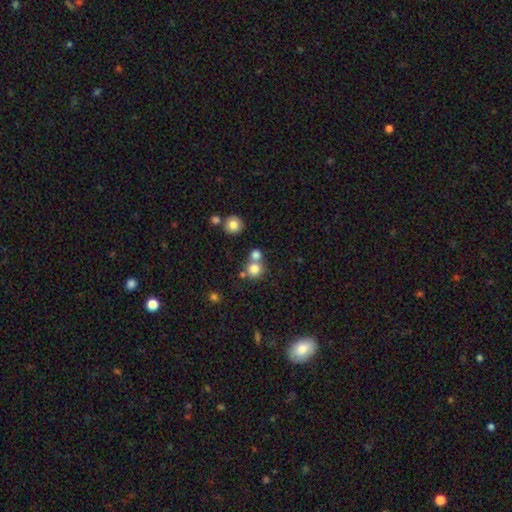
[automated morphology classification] smooth-or-featured: smooth: 79% | star or artifact: 13% | featured or disk: 8%
  how-rounded: round: 89% | in between: 10% | cigar-shaped: 1%
  merging: none: 56% | merger: 34% | minor disturbance: 7% | major disturbance: 3%